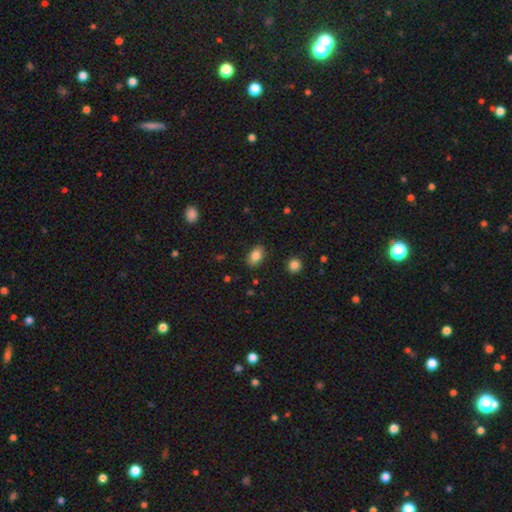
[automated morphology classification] This is clearly a smooth galaxy (84%). How rounded: clearly in between (86%). Merging: clearly none (87%).